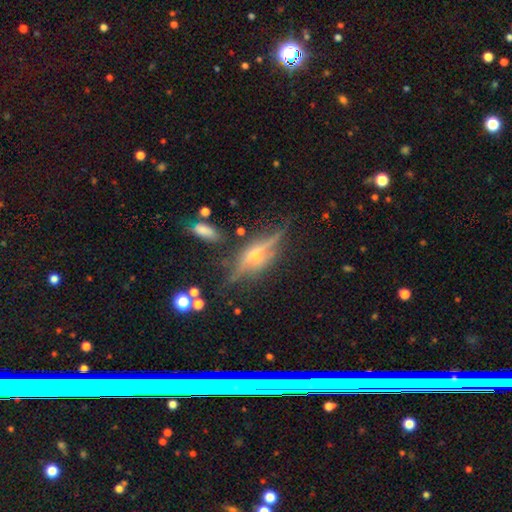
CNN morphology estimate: Q: Smooth or featured?
A: featured or disk (76%); runner-up: smooth (13%)
Q: Edge-on disk?
A: yes (92%); runner-up: no (8%)
Q: Edge-on bulge?
A: rounded (92%); runner-up: boxy (5%)
Q: Merging?
A: none (74%); runner-up: minor disturbance (16%)